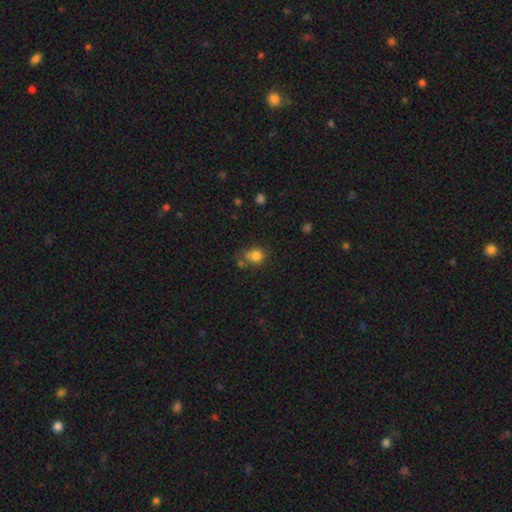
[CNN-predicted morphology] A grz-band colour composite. It shows a smooth galaxy with no disk features (80%) that is round (70%). Merging: none (54%).